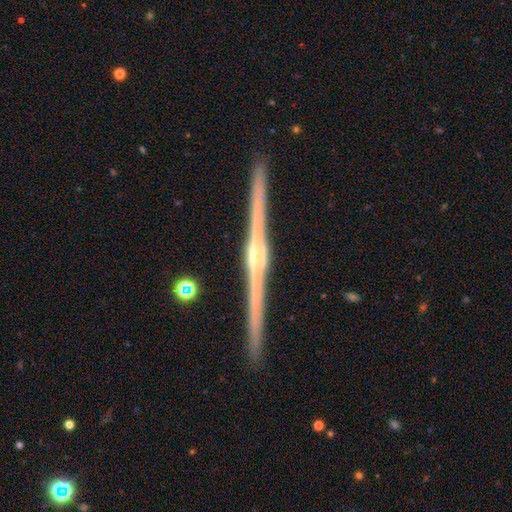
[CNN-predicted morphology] Smooth or featured?
  - featured or disk: 90% *
  - smooth: 6%
  - star or artifact: 5%
Edge-on disk?
  - yes: 99% *
  - no: 1%
Edge-on bulge?
  - rounded: 79% *
  - boxy: 11%
  - none: 10%
Merging?
  - none: 93% *
  - minor disturbance: 5%
  - merger: 1%
  - major disturbance: 1%